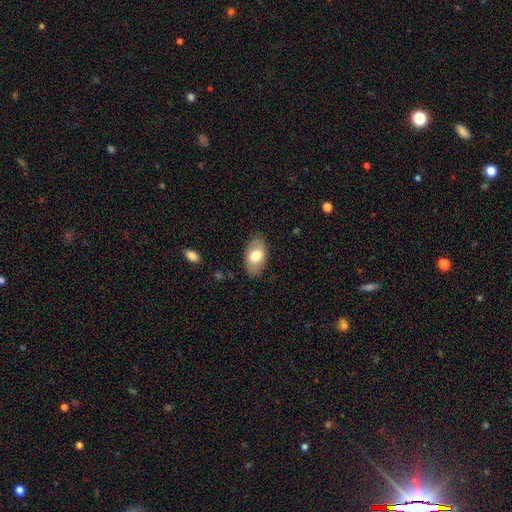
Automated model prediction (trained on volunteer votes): Overall: smooth (70%). How rounded: in between (93%). Merging: none (82%).